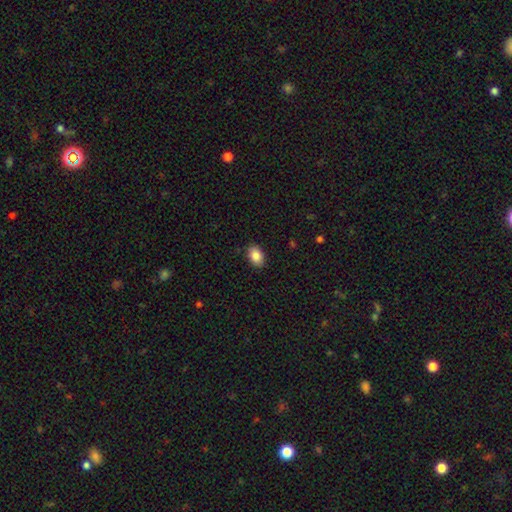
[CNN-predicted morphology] Smooth or featured: smooth — 87% (star or artifact — 8%)
How rounded: in between — 83% (round — 15%)
Merging: none — 88% (minor disturbance — 9%)